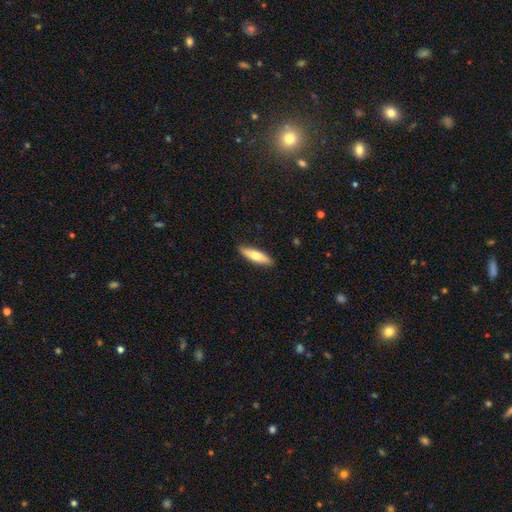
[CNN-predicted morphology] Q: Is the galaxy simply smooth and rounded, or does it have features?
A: smooth — 67%.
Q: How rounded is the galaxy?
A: cigar-shaped — 65%.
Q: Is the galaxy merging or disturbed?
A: none — 89%.